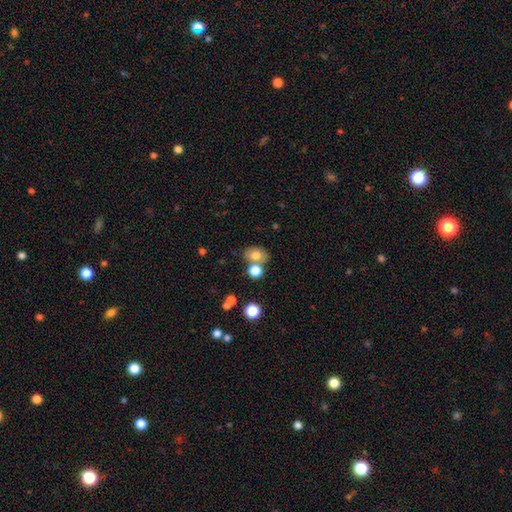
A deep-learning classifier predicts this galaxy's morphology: A smooth galaxy with no disk features (76%) that is in between round and cigar-shaped (57%). Merging: none (58%).